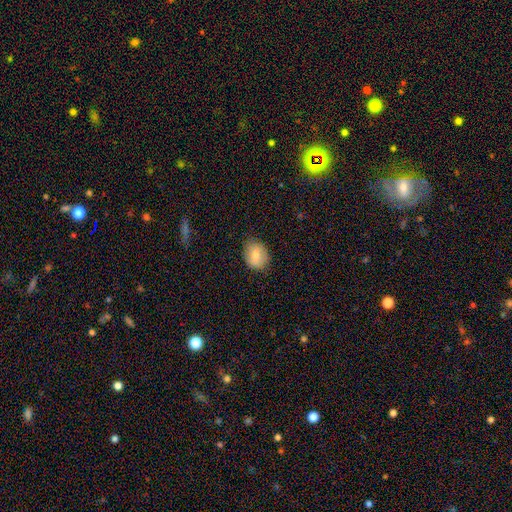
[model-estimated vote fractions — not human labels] Smooth or featured?
  - smooth: 78% *
  - featured or disk: 14%
  - star or artifact: 8%
How rounded?
  - in between: 52% *
  - round: 47%
  - cigar-shaped: 1%
Merging?
  - none: 80% *
  - minor disturbance: 15%
  - major disturbance: 3%
  - merger: 1%